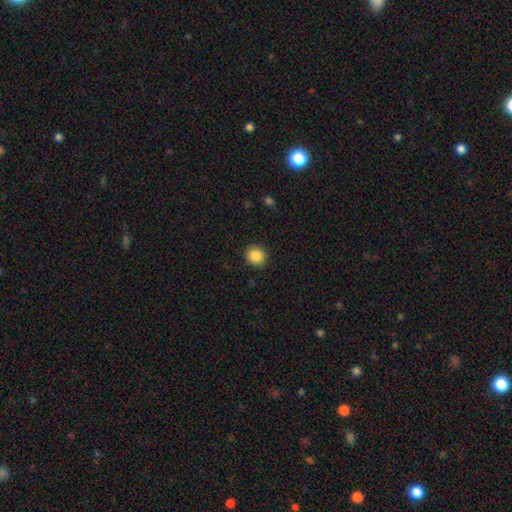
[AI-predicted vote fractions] smooth-or-featured: smooth: 87% | star or artifact: 9% | featured or disk: 4%
  how-rounded: round: 88% | in between: 11% | cigar-shaped: 1%
  merging: none: 91% | minor disturbance: 6% | major disturbance: 2% | merger: 1%